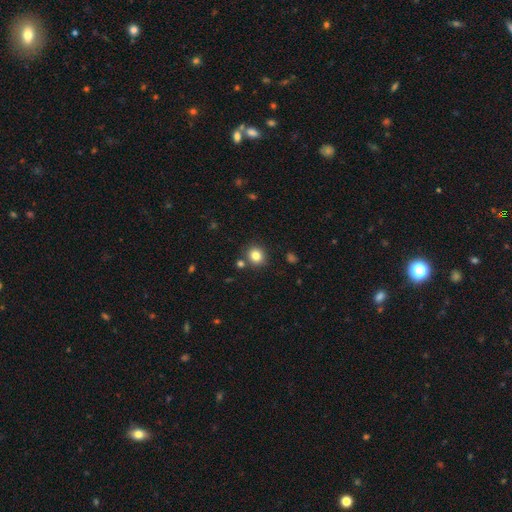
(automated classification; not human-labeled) A smooth galaxy with no disk features (82%) that is round (84%).

Vote fractions:
- Smooth or featured? smooth: 82% / star or artifact: 12% / featured or disk: 6%
- How rounded? round: 84% / in between: 16% / cigar-shaped: 1%
- Merging? none: 84% / minor disturbance: 8% / merger: 6% / major disturbance: 2%